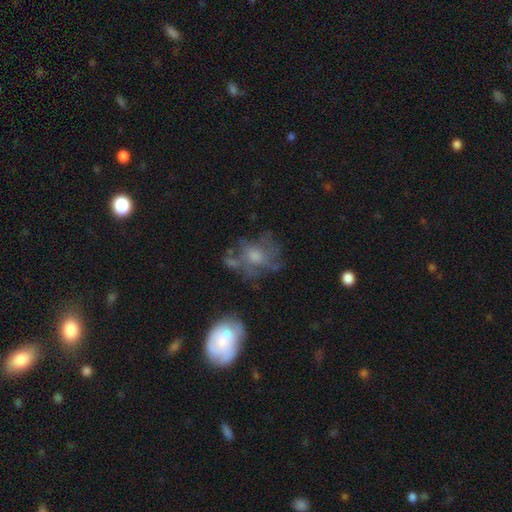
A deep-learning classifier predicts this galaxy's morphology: A featured or disk galaxy (51%). Merging: none (52%).